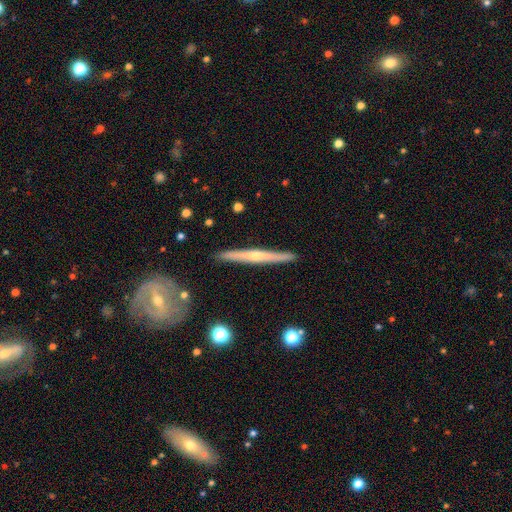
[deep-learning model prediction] This is likely a featured or disk galaxy (69%). It is clearly viewed edge-on (97%). Edge-on bulge: likely rounded (70%). Merging: clearly none (91%).